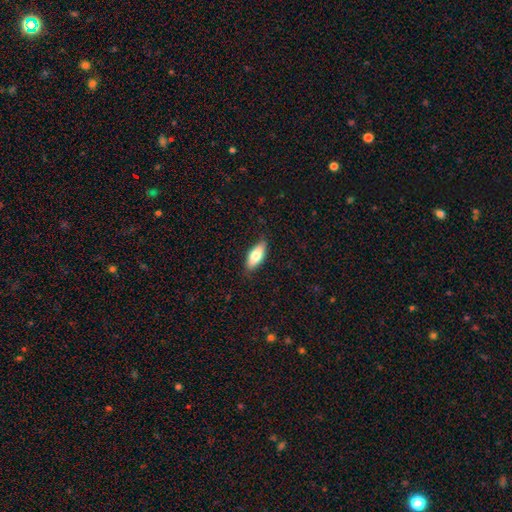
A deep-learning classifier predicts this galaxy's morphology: Q: Smooth or featured?
A: smooth (77%); runner-up: featured or disk (17%)
Q: How rounded?
A: in between (80%); runner-up: cigar-shaped (17%)
Q: Merging?
A: none (84%); runner-up: minor disturbance (12%)